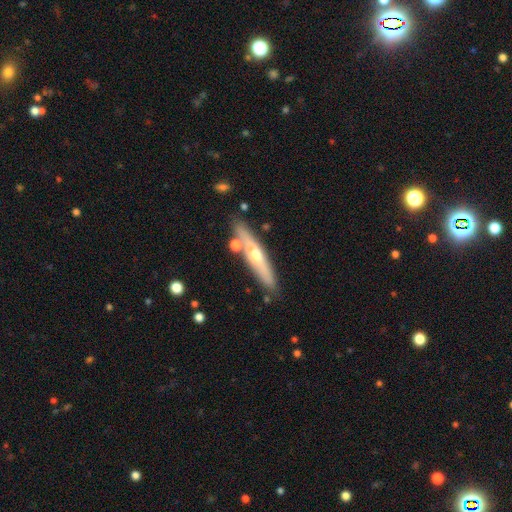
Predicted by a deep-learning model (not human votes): Smooth or featured? Predicted: featured or disk (p=0.55). Edge-on disk? Predicted: yes (p=0.85). Merging? Predicted: none (p=0.76).